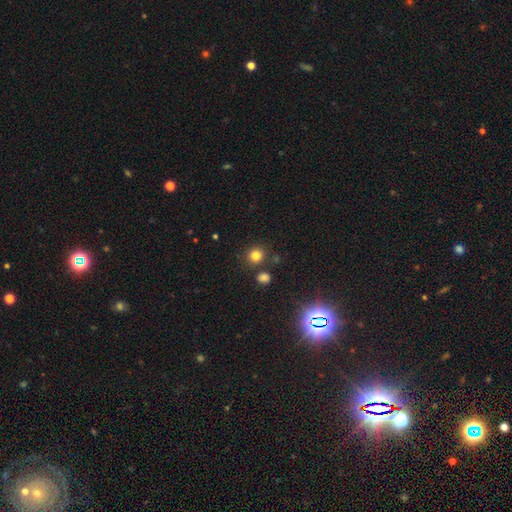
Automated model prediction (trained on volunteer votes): smooth_or_featured: smooth (p=0.80) [alt: star or artifact p=0.15]
how_rounded: round (p=0.89) [alt: in between p=0.10]
merging: none (p=0.81) [alt: minor disturbance p=0.08]